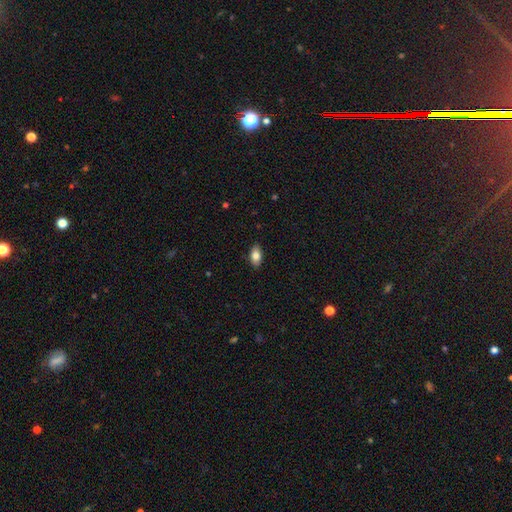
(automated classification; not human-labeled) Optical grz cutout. It shows a smooth galaxy with no disk features (82%) that is in between round and cigar-shaped (91%). Merging: none (88%).